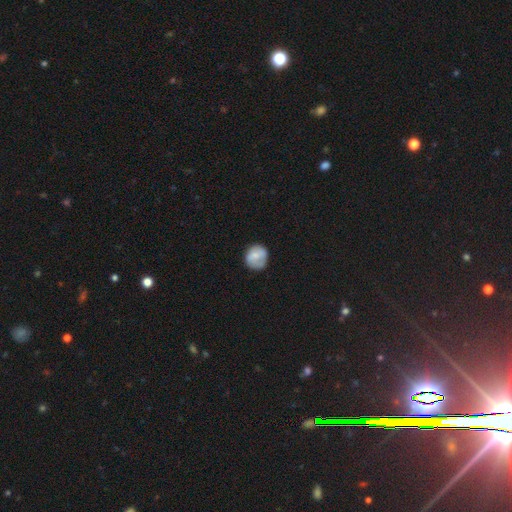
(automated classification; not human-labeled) This is likely a smooth galaxy (70%). How rounded: clearly round (82%). Merging: likely none (72%).